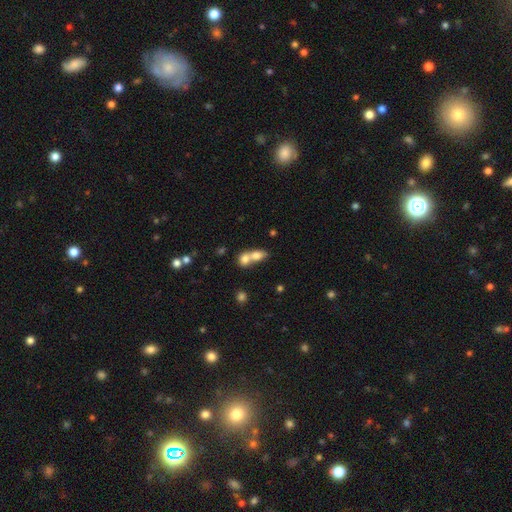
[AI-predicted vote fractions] Smooth or featured: smooth — 74% (featured or disk — 17%)
How rounded: in between — 63% (round — 32%)
Merging: merger — 72% (none — 19%)